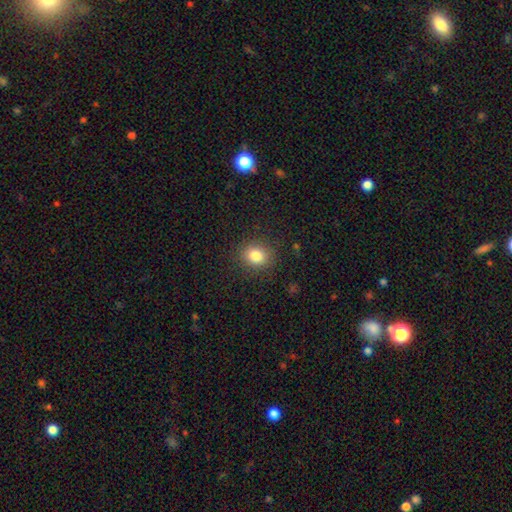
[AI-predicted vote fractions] Smooth or featured? smooth (82%)
How rounded? round (72%)
Merging? none (87%)